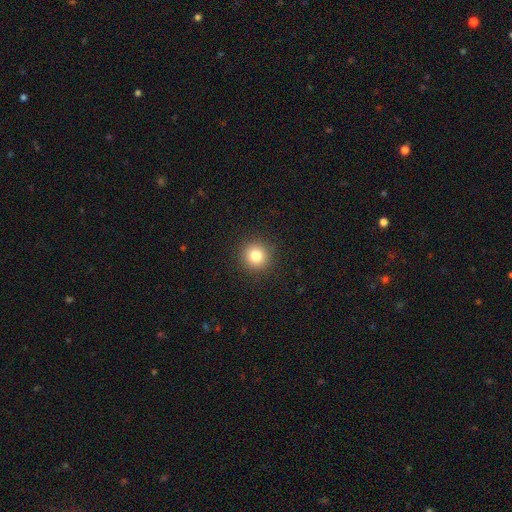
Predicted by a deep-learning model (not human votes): Smooth or featured?
  - smooth: 82% *
  - star or artifact: 12%
  - featured or disk: 7%
How rounded?
  - round: 95% *
  - in between: 5%
  - cigar-shaped: 1%
Merging?
  - none: 92% *
  - minor disturbance: 5%
  - major disturbance: 2%
  - merger: 1%